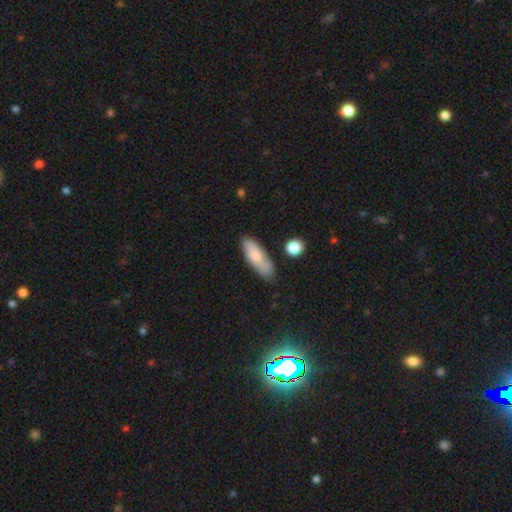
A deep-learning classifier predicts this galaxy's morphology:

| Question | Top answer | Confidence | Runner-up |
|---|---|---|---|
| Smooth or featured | smooth | 75% | featured or disk (19%) |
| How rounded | in between | 64% | cigar-shaped (34%) |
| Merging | none | 72% | minor disturbance (20%) |